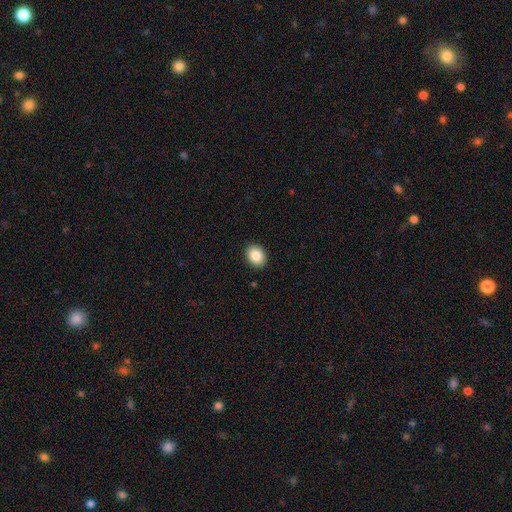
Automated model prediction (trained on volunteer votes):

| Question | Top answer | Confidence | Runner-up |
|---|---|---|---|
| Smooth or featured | smooth | 86% | star or artifact (8%) |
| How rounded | in between | 56% | round (43%) |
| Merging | none | 91% | minor disturbance (6%) |